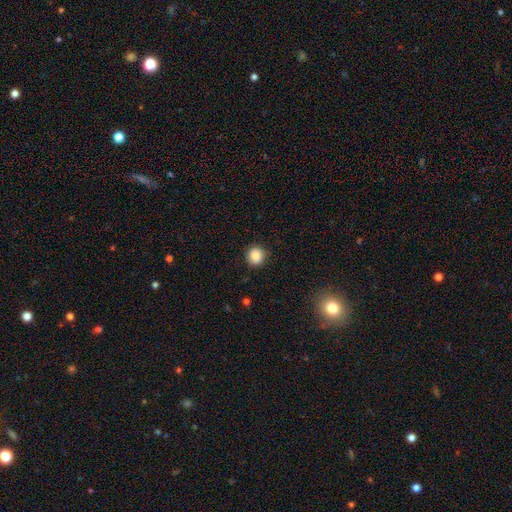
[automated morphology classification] A smooth galaxy with no disk features (86%) that is round (88%).

Vote fractions:
- Smooth or featured? smooth: 86% / star or artifact: 9% / featured or disk: 5%
- How rounded? round: 88% / in between: 11% / cigar-shaped: 1%
- Merging? none: 89% / minor disturbance: 8% / major disturbance: 2% / merger: 1%